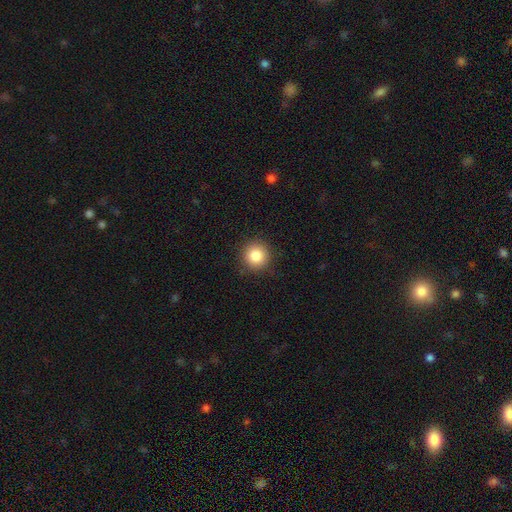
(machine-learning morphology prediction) Q: Smooth or featured?
A: smooth (85%); runner-up: star or artifact (10%)
Q: How rounded?
A: round (94%); runner-up: in between (5%)
Q: Merging?
A: none (90%); runner-up: minor disturbance (7%)